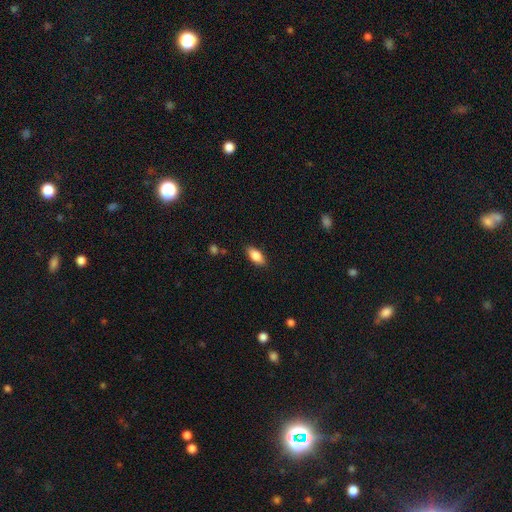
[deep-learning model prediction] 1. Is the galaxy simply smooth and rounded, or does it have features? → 84% smooth, 9% featured or disk, 7% star or artifact.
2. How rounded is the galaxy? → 88% in between, 9% cigar-shaped, 3% round.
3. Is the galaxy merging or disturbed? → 86% none, 10% minor disturbance, 2% major disturbance, 1% merger.